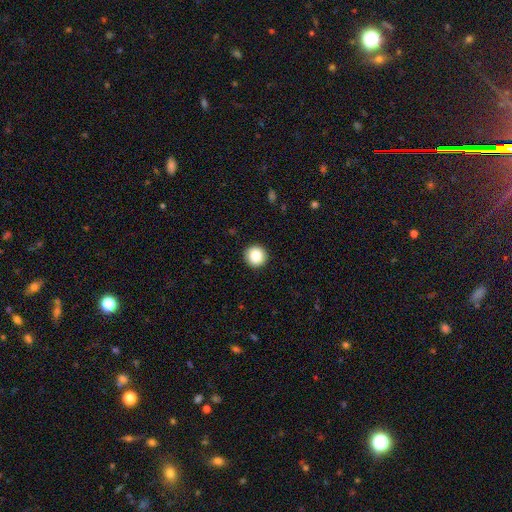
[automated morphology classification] smooth_or_featured: smooth (p=0.86) [alt: star or artifact p=0.08]
how_rounded: round (p=0.95) [alt: in between p=0.04]
merging: none (p=0.93) [alt: minor disturbance p=0.05]